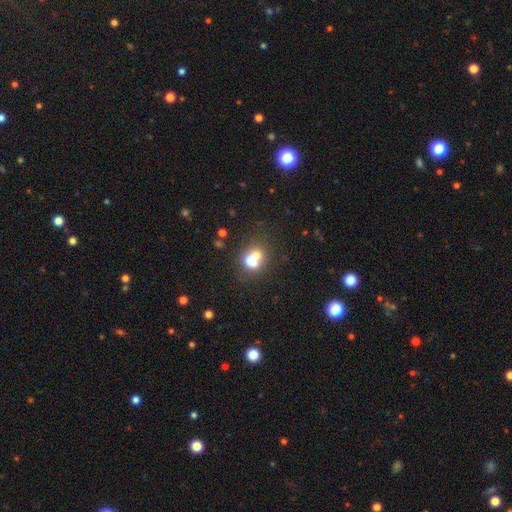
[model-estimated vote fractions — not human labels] Smooth or featured?
  - smooth: 63% *
  - featured or disk: 22%
  - star or artifact: 15%
How rounded?
  - round: 70% *
  - in between: 29%
  - cigar-shaped: 1%
Merging?
  - merger: 53% *
  - none: 36%
  - minor disturbance: 7%
  - major disturbance: 4%